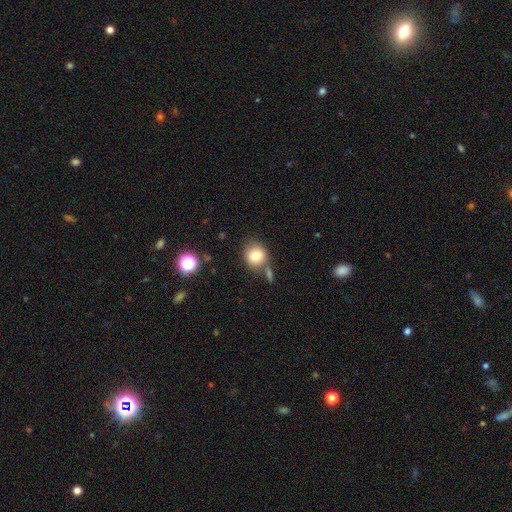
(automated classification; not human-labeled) Q: Smooth or featured?
A: smooth (80%); runner-up: star or artifact (11%)
Q: How rounded?
A: round (85%); runner-up: in between (14%)
Q: Merging?
A: none (67%); runner-up: merger (15%)